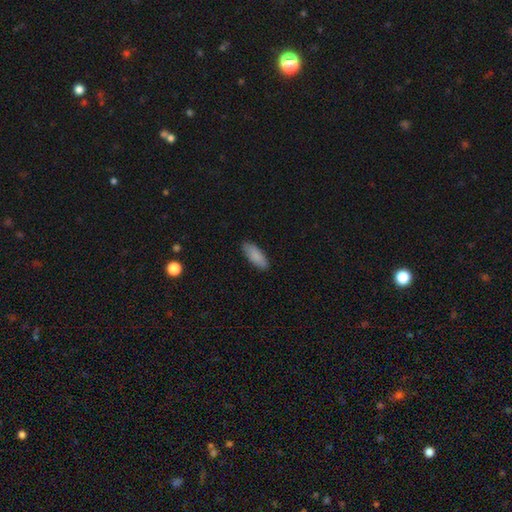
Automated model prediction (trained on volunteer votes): smooth-or-featured: smooth: 88% | featured or disk: 7% | star or artifact: 6%
  how-rounded: in between: 72% | cigar-shaped: 27% | round: 2%
  merging: none: 86% | minor disturbance: 11% | major disturbance: 2% | merger: 1%